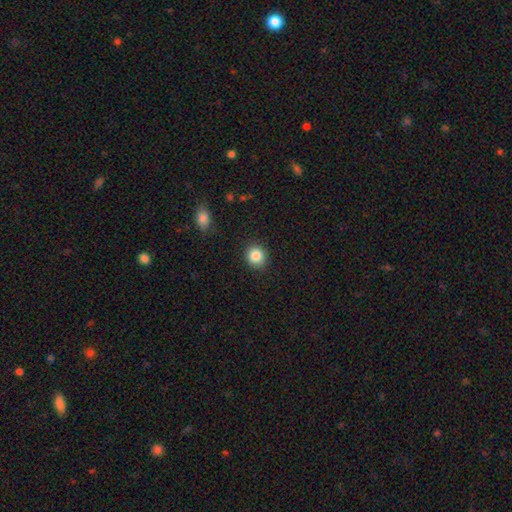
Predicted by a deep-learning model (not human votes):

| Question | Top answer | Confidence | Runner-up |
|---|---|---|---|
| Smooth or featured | smooth | 85% | star or artifact (10%) |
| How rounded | round | 85% | in between (14%) |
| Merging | none | 89% | minor disturbance (8%) |